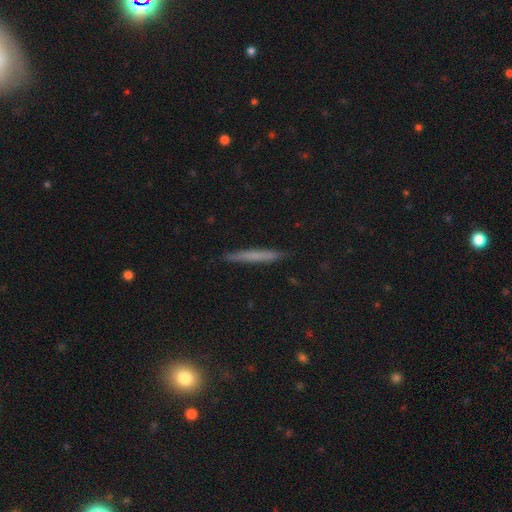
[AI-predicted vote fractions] Overall: smooth (61%; featured or disk 32%). How rounded: cigar-shaped (96%). Merging: none (90%).